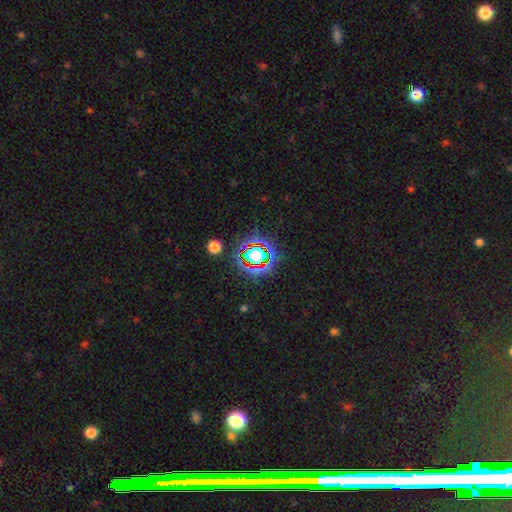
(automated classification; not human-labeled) A star or artifact, not a galaxy (67%).

Vote fractions:
- Smooth or featured? star or artifact: 67% / smooth: 21% / featured or disk: 12%